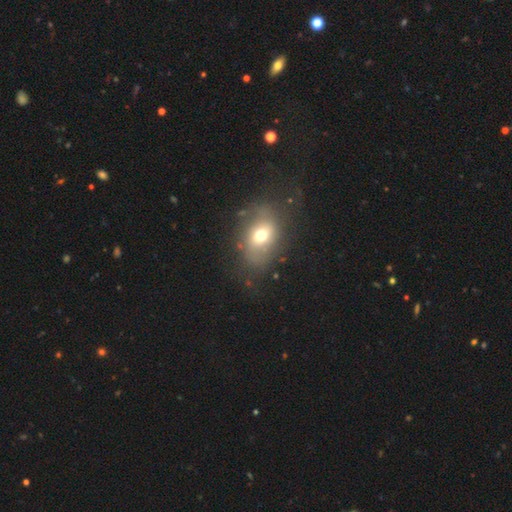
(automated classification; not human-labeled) Q: Smooth or featured?
A: featured or disk (42%); runner-up: smooth (35%)
Q: Merging?
A: none (69%); runner-up: minor disturbance (17%)